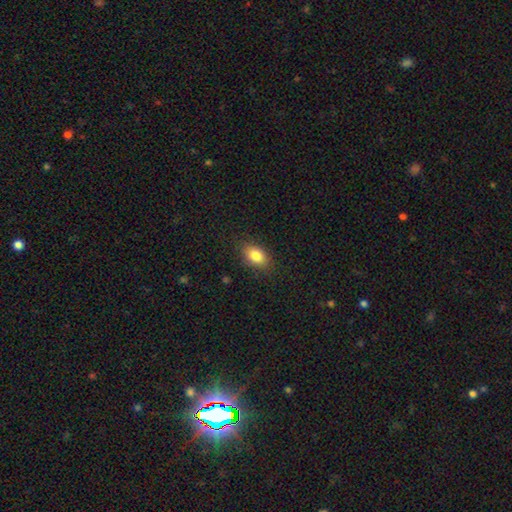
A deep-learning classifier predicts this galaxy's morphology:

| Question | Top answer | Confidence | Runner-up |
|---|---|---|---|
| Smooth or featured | smooth | 83% | featured or disk (9%) |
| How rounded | in between | 85% | round (13%) |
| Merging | none | 85% | minor disturbance (11%) |